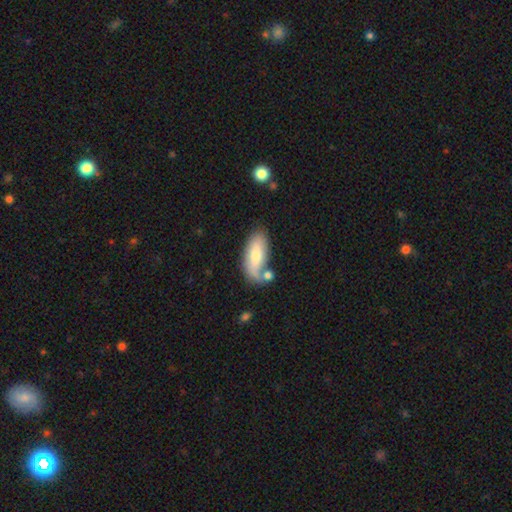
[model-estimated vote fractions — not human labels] Smooth or featured: smooth — 68% (featured or disk — 26%)
How rounded: in between — 84% (cigar-shaped — 13%)
Merging: none — 53% (minor disturbance — 20%)